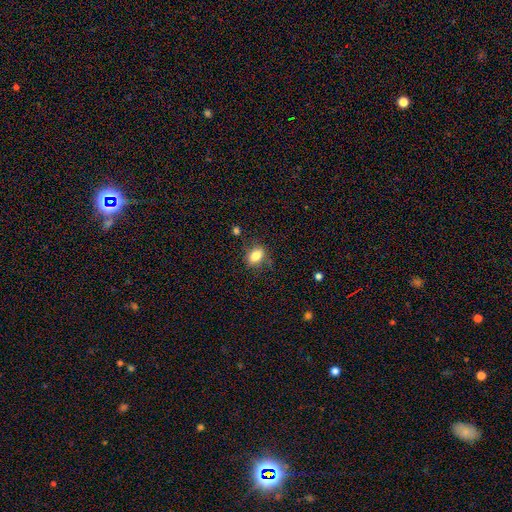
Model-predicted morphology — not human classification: This appears to be a smooth galaxy with no disk features (80%) that is in between round and cigar-shaped (78%). Merging: none (77%).